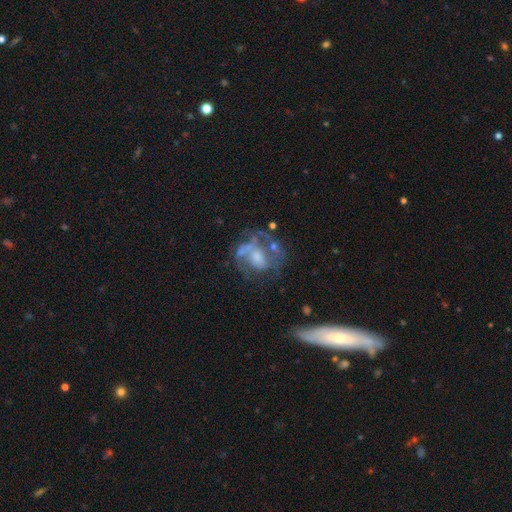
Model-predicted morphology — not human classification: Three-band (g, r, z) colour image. It shows a featured or disk galaxy (72%) with no bar (64%), spiral arms (67%) and a moderate central bulge (42%). Merging: none (43%).